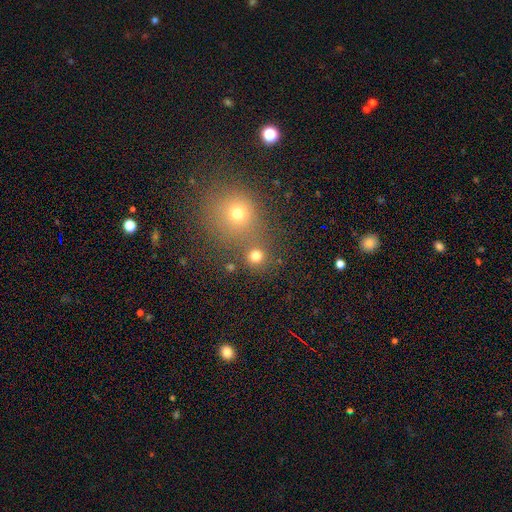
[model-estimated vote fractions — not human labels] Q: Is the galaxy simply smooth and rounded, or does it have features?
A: smooth — 76%.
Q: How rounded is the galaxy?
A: round — 90%.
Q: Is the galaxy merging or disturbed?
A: none — 68%.